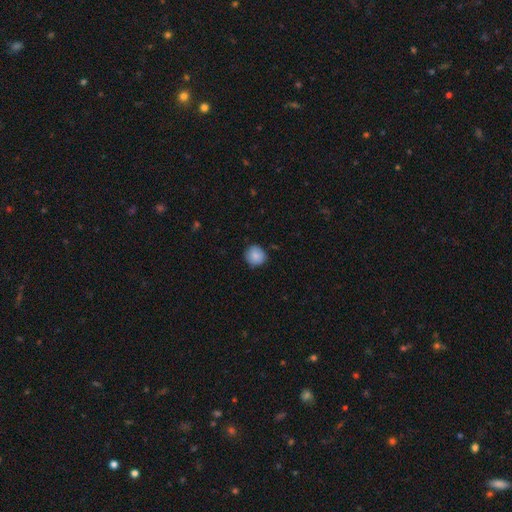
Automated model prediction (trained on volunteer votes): smooth_or_featured: smooth (p=0.86) [alt: star or artifact p=0.08]
how_rounded: round (p=0.89) [alt: in between p=0.10]
merging: none (p=0.84) [alt: minor disturbance p=0.13]